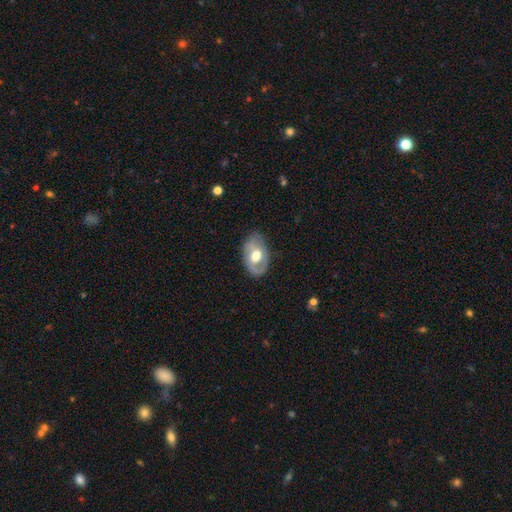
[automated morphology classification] A featured or disk galaxy (53%).

Vote fractions:
- Smooth or featured? featured or disk: 53% / smooth: 41% / star or artifact: 6%
- Edge-on disk? no: 91% / yes: 9%
- Merging? none: 69% / minor disturbance: 23% / major disturbance: 7% / merger: 1%